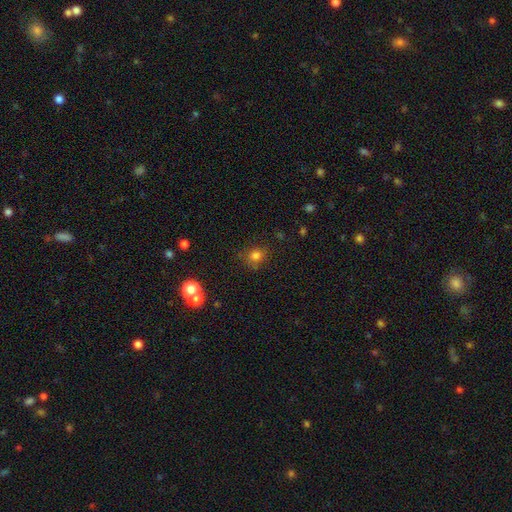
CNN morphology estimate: The model was most divided on "how rounded": round: 76%, in between: 23%, cigar-shaped: 1%. More confident: smooth or featured — smooth (77%); merging — none (76%).